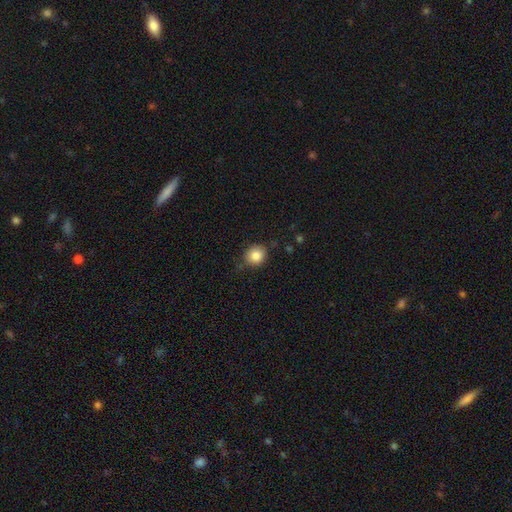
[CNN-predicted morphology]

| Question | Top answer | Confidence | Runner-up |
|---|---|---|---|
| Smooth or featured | smooth | 85% | star or artifact (9%) |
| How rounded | round | 81% | in between (18%) |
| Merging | none | 79% | minor disturbance (16%) |